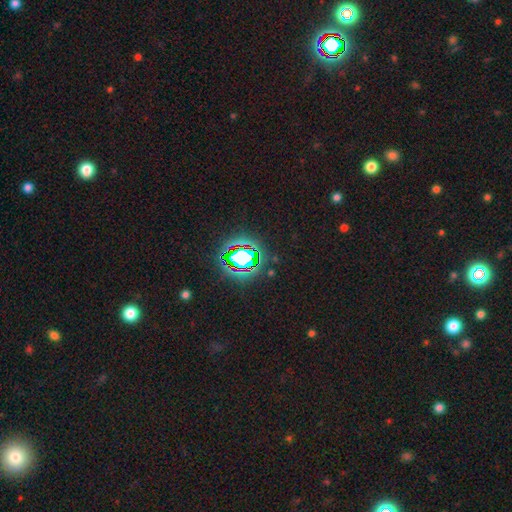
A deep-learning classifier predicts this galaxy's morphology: A star or artifact, not a galaxy (82%).